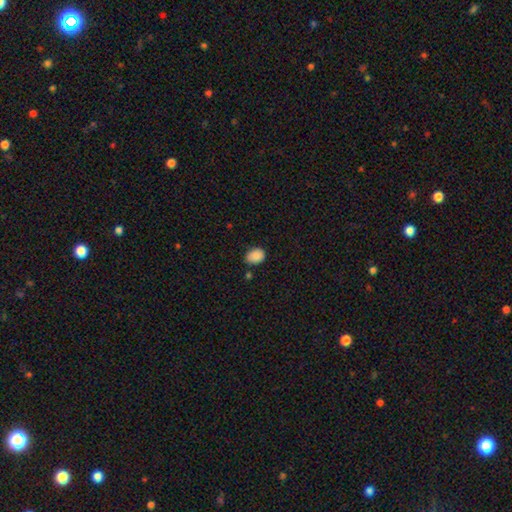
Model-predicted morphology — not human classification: smooth_or_featured: smooth (p=0.88) [alt: star or artifact p=0.08]
how_rounded: in between (p=0.63) [alt: round p=0.36]
merging: none (p=0.73) [alt: minor disturbance p=0.19]